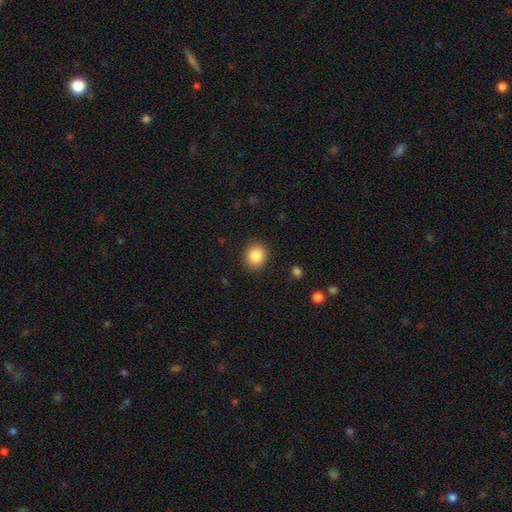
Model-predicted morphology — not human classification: Smooth or featured? smooth (86%)
How rounded? round (76%)
Merging? none (89%)